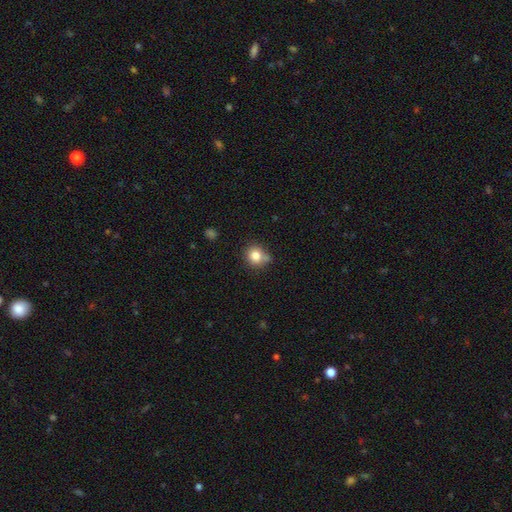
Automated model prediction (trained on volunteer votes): Morphology: type=smooth (81%); roundness=round (84%); merging=none (65%).